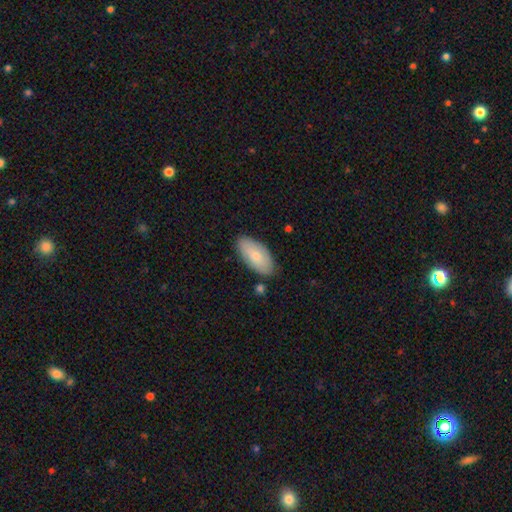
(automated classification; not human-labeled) Smooth or featured? Predicted: smooth (p=0.73). How rounded? Predicted: in between (p=0.93). Merging? Predicted: none (p=0.81).